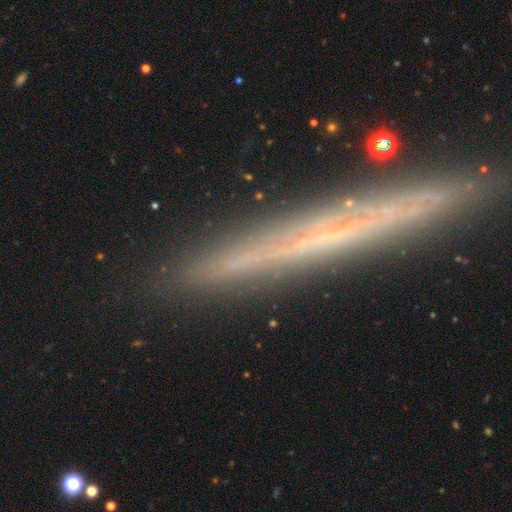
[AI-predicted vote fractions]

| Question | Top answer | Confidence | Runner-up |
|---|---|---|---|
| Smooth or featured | featured or disk | 63% | smooth (23%) |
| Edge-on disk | yes | 92% | no (8%) |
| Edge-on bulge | none | 75% | rounded (16%) |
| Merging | none | 87% | minor disturbance (9%) |